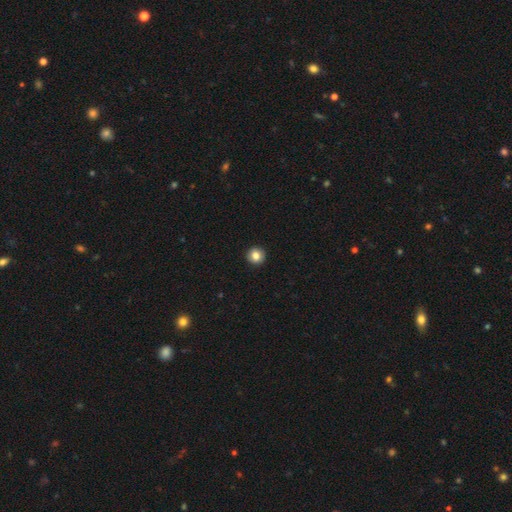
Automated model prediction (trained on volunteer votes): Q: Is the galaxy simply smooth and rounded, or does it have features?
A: smooth — 84%.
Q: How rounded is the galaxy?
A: round — 95%.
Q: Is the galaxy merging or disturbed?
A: none — 93%.